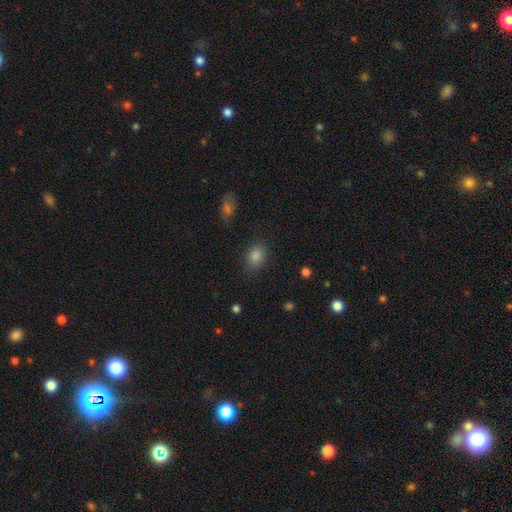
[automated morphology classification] Smooth or featured? Predicted: smooth (p=0.82). How rounded? Predicted: in between (p=0.59). Merging? Predicted: none (p=0.82).